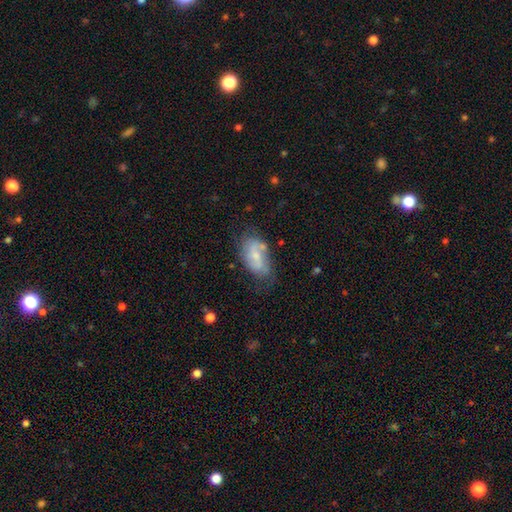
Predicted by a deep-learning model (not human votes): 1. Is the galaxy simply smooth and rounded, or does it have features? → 49% featured or disk, 43% smooth, 8% star or artifact.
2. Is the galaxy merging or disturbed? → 54% none, 28% minor disturbance, 12% major disturbance, 6% merger.